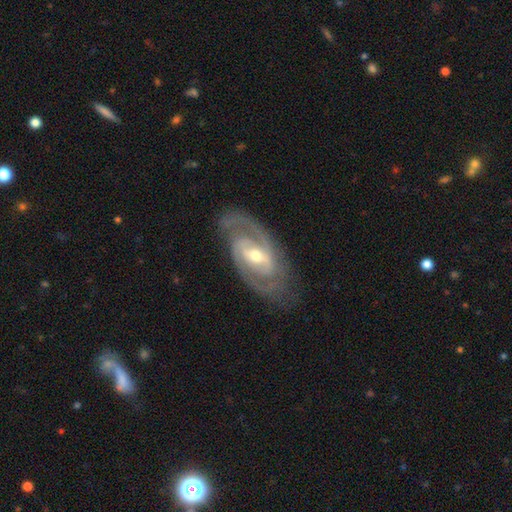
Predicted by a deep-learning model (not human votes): A featured or disk galaxy (89%) with a weak bar (45%), 2 (84%) tight (49%) spiral arms (96%) and a moderate central bulge (61%). Merging: none (78%).